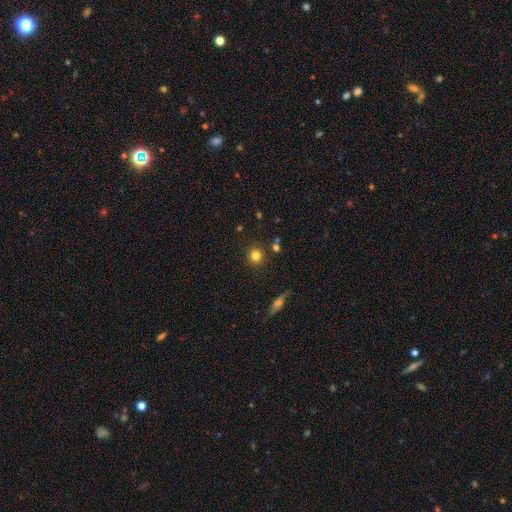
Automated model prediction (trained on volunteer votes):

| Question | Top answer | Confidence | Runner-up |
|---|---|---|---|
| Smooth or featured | smooth | 80% | star or artifact (13%) |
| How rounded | round | 92% | in between (6%) |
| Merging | none | 88% | minor disturbance (7%) |